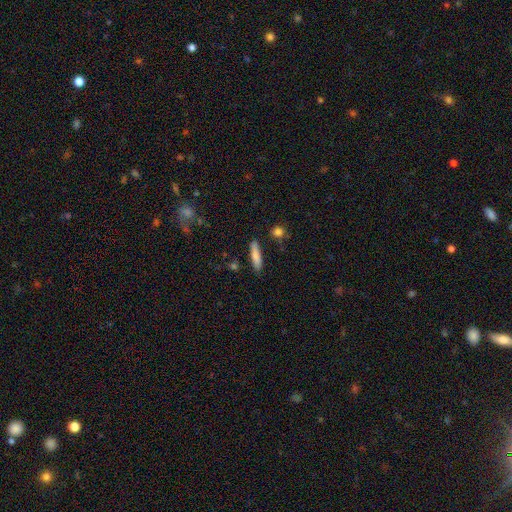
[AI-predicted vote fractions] Smooth or featured? Predicted: smooth (p=0.81). How rounded? Predicted: cigar-shaped (p=0.78). Merging? Predicted: none (p=0.82).